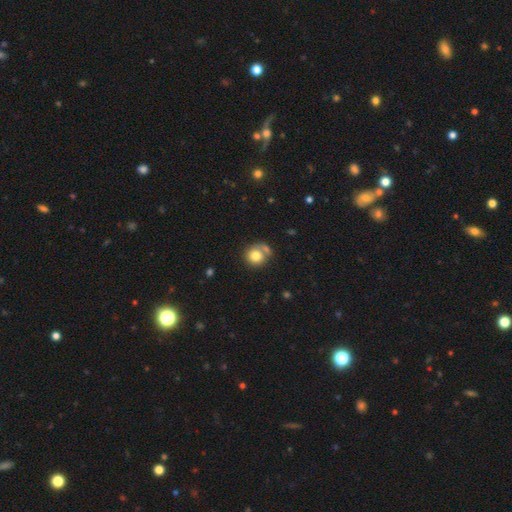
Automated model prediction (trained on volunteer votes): A smooth galaxy with no disk features (78%) that is round (87%). Merging: none (55%).